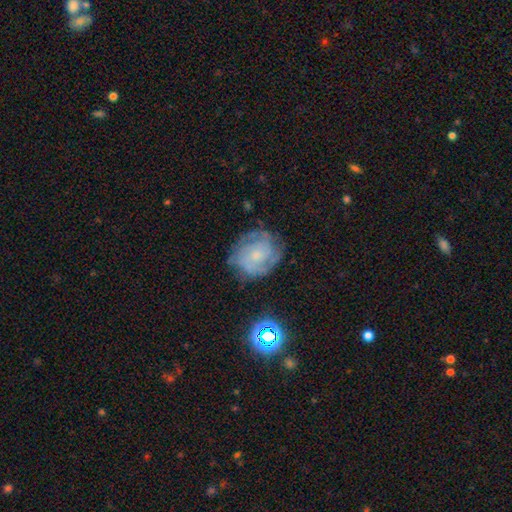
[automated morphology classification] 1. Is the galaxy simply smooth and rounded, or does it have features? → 71% featured or disk, 19% smooth, 10% star or artifact.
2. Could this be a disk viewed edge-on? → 98% no, 2% yes.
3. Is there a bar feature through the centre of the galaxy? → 73% no, 23% weak, 4% strong.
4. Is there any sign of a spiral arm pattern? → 90% yes, 10% no.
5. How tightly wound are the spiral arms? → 61% tight, 31% medium, 8% loose.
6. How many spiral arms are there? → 39% can't tell, 23% 2, 19% 3, 8% 4, 5% 1, 5% more than 4.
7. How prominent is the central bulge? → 64% small, 22% moderate, 11% none, 2% large, 1% dominant.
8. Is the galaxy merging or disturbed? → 71% none, 19% minor disturbance, 8% major disturbance, 2% merger.